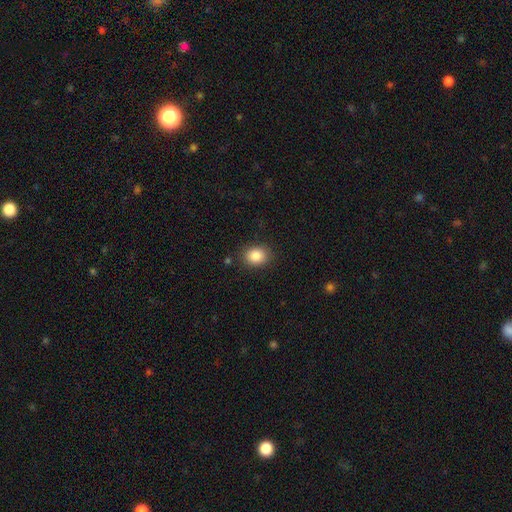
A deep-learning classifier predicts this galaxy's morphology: type=smooth (87%); roundness=in between (54%); merging=none (86%).